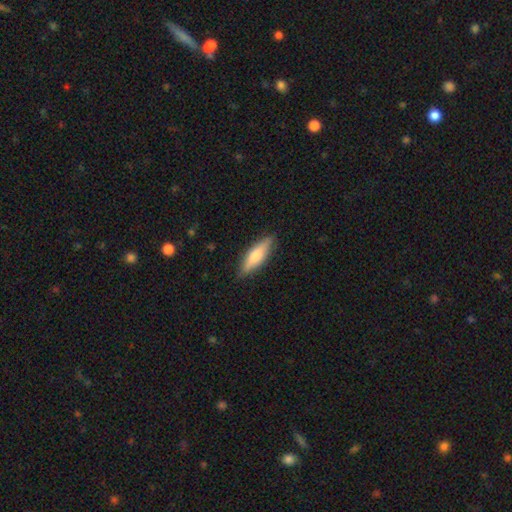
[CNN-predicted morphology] Smooth or featured? Predicted: smooth (p=0.65). How rounded? Predicted: cigar-shaped (p=0.61). Merging? Predicted: none (p=0.86).